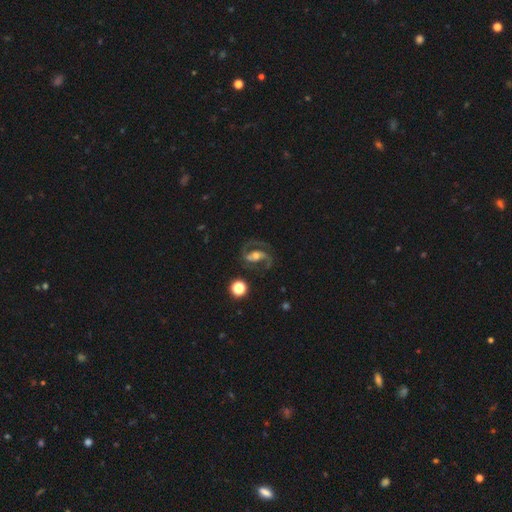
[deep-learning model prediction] Smooth or featured? featured or disk (89%)
Edge-on disk? no (97%)
Bar? strong (37%)
Spiral arms? yes (97%)
Spiral winding? medium (61%)
Spiral arm count? 2 (92%)
Bulge size? moderate (61%)
Merging? none (73%)